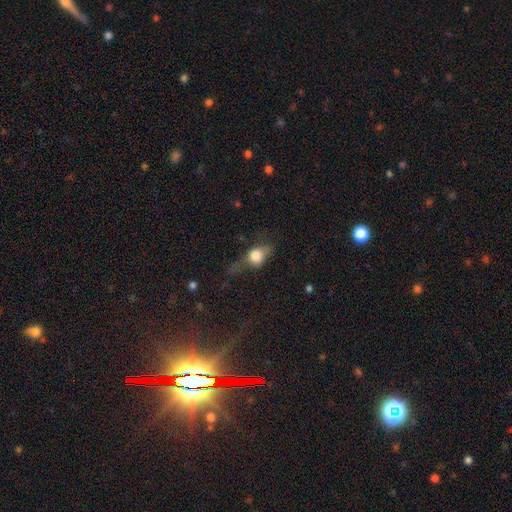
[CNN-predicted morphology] This appears to be a smooth galaxy with no disk features (68%) that is in between round and cigar-shaped (50%). Merging: none (39%).